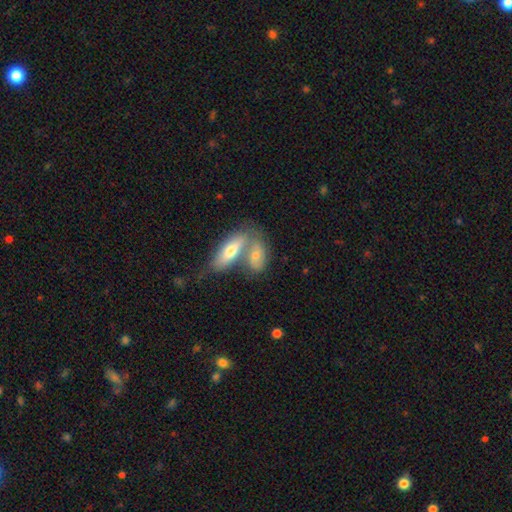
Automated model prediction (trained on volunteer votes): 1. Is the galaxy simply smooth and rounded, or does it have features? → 60% smooth, 33% featured or disk, 6% star or artifact.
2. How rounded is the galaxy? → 78% in between, 17% cigar-shaped, 5% round.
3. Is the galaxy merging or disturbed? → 58% merger, 29% none, 9% minor disturbance, 4% major disturbance.